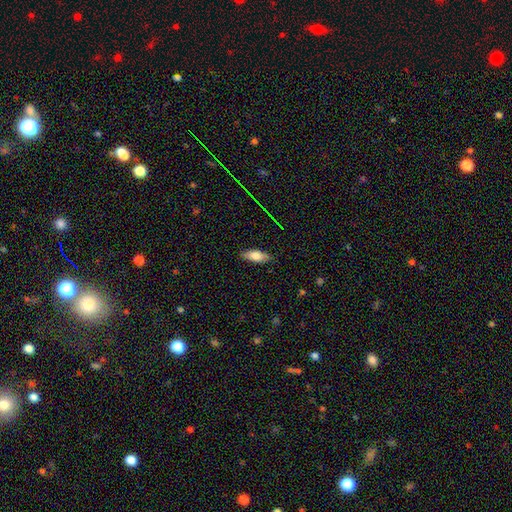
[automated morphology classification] smooth 71%, featured or disk 21%, star or artifact 8%. Down the decision tree: how rounded — in between (69%); merging — none (86%).